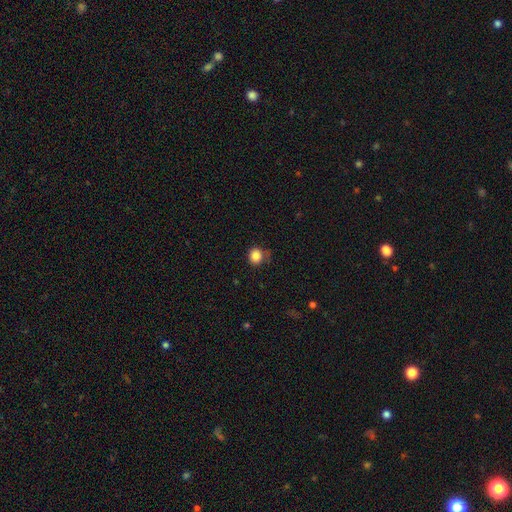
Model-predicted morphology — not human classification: This appears to be a smooth galaxy with no disk features (85%) that is round (84%). Merging: none (72%).